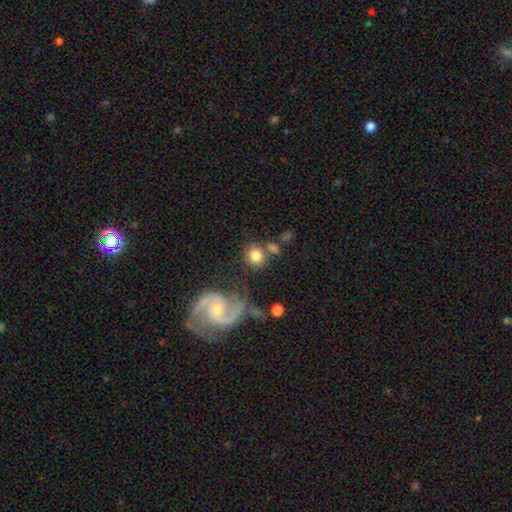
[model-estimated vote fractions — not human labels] This appears to be a smooth galaxy with no disk features (75%) that is round (84%). Merging: none (64%).